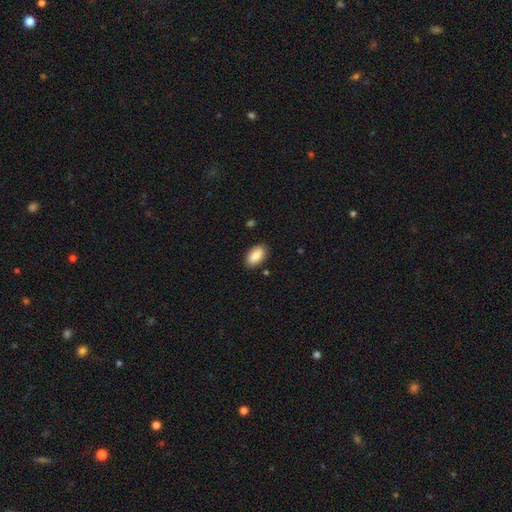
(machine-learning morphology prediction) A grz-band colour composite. It shows a smooth galaxy with no disk features (84%) that is in between round and cigar-shaped (94%). Merging: none (86%).